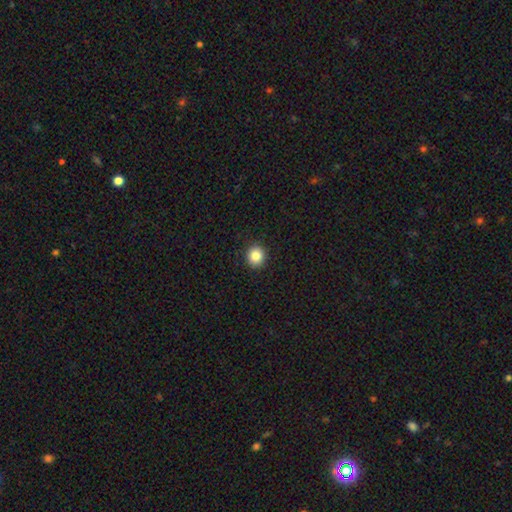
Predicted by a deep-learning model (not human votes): Morphology: type=smooth (85%); roundness=round (90%); merging=none (92%).